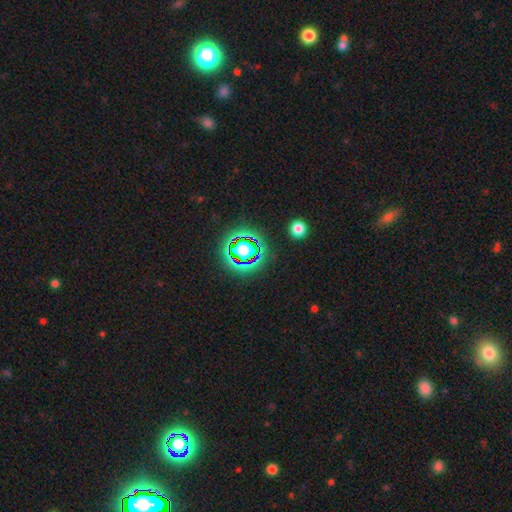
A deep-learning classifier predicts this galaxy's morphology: A star or artifact, not a galaxy (79%).